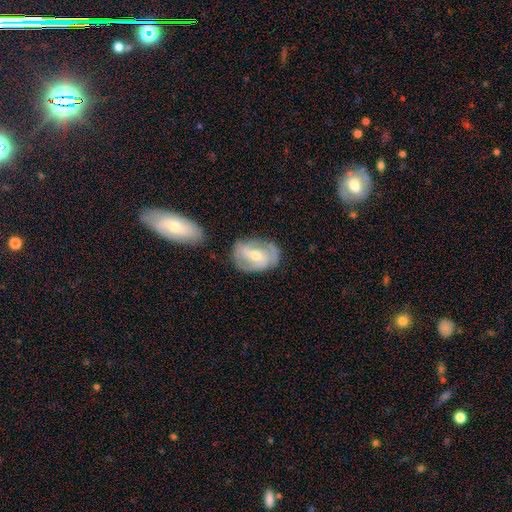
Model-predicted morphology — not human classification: Smooth or featured? Predicted: featured or disk (p=0.75). Edge-on disk? Predicted: no (p=0.96). Bar? Predicted: no (p=0.43). Spiral arms? Predicted: yes (p=0.87). Spiral winding? Predicted: medium (p=0.44). Spiral arm count? Predicted: 2 (p=0.57). Bulge size? Predicted: moderate (p=0.55). Merging? Predicted: none (p=0.70).